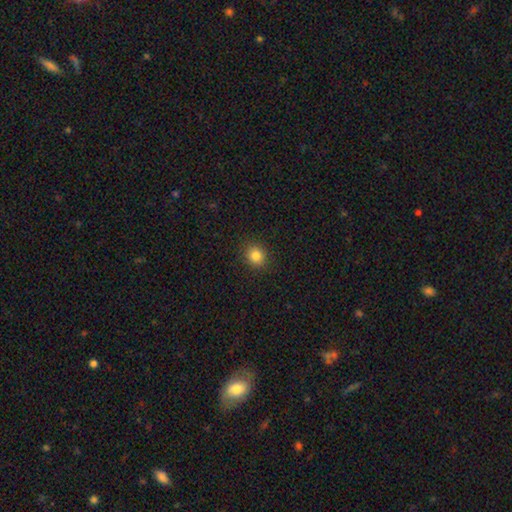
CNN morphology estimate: This appears to be a smooth galaxy with no disk features (84%) that is round (80%). Merging: none (90%).